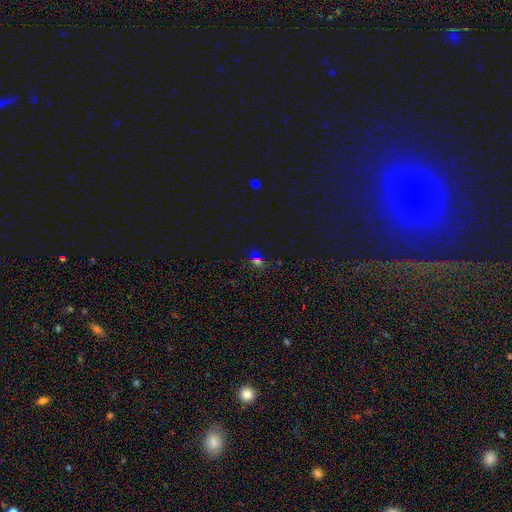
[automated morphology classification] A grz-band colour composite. It shows a smooth galaxy with no disk features (66%) that is round (50%). Merging: none (69%).